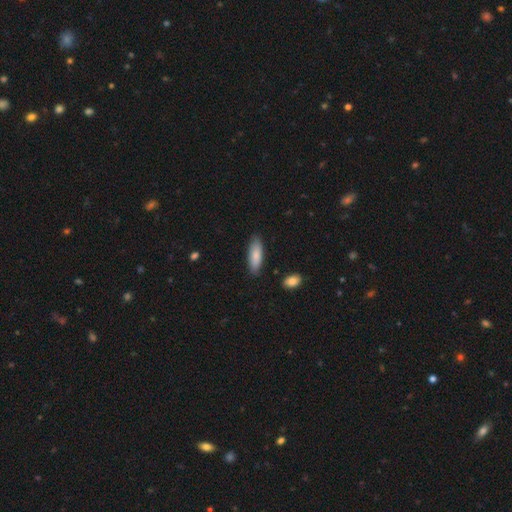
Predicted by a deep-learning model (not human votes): Q: Smooth or featured?
A: smooth (83%); runner-up: featured or disk (11%)
Q: How rounded?
A: in between (59%); runner-up: cigar-shaped (40%)
Q: Merging?
A: none (83%); runner-up: minor disturbance (13%)